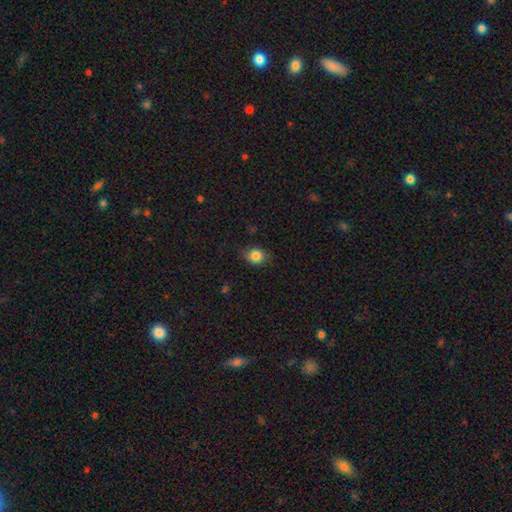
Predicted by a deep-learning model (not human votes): A smooth galaxy with no disk features (83%) that is round (62%).

Vote fractions:
- Smooth or featured? smooth: 83% / star or artifact: 10% / featured or disk: 7%
- How rounded? round: 62% / in between: 37% / cigar-shaped: 1%
- Merging? none: 76% / minor disturbance: 18% / major disturbance: 5% / merger: 1%